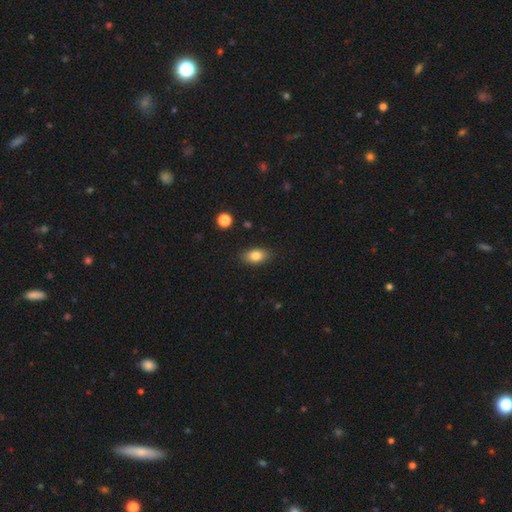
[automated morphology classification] A smooth galaxy with no disk features (82%) that is in between round and cigar-shaped (87%). Merging: none (86%).